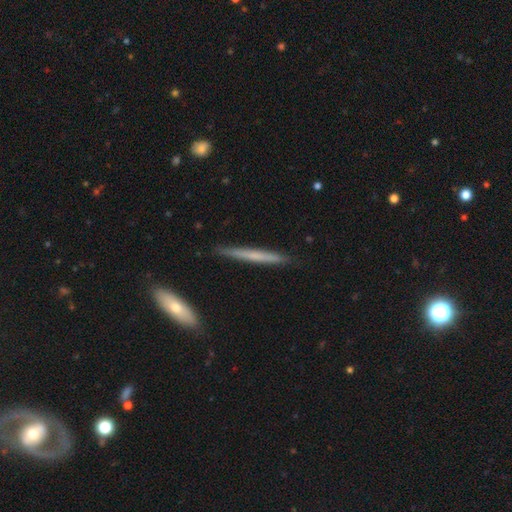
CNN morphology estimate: The model was most divided on "smooth or featured": smooth: 50%, featured or disk: 44%, star or artifact: 6%. More confident: how rounded — cigar-shaped (96%); merging — none (89%).